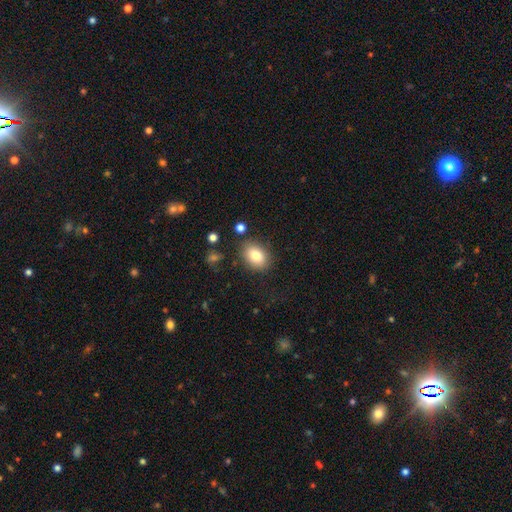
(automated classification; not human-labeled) A smooth galaxy with no disk features (82%) that is in between round and cigar-shaped (77%).

Vote fractions:
- Smooth or featured? smooth: 82% / featured or disk: 10% / star or artifact: 8%
- How rounded? in between: 77% / round: 22% / cigar-shaped: 1%
- Merging? none: 82% / minor disturbance: 11% / major disturbance: 4% / merger: 3%